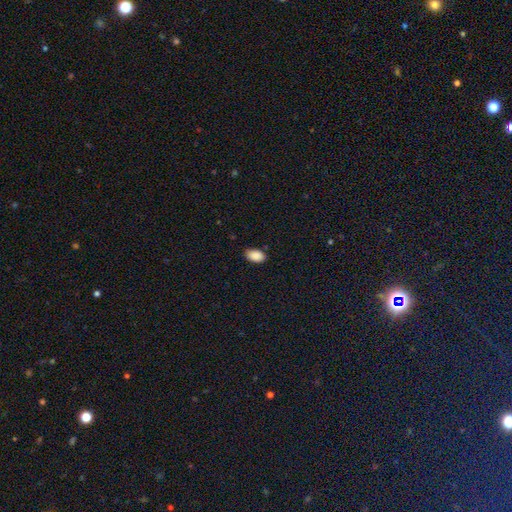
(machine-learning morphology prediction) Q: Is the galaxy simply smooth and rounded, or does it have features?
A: smooth — 90%.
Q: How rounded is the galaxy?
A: in between — 92%.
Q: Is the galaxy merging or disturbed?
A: none — 85%.